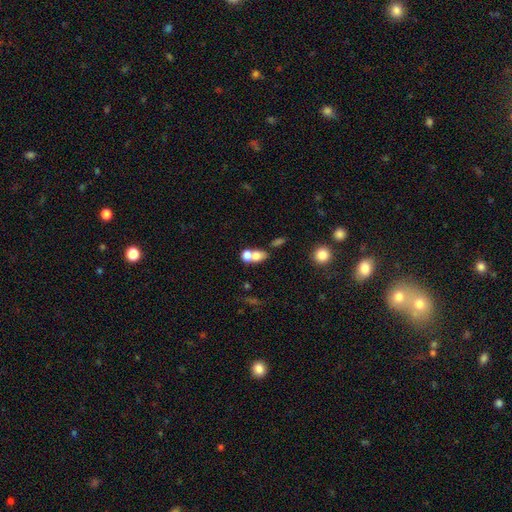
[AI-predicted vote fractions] Smooth or featured? Predicted: smooth (p=0.70). How rounded? Predicted: in between (p=0.56). Merging? Predicted: merger (p=0.61).